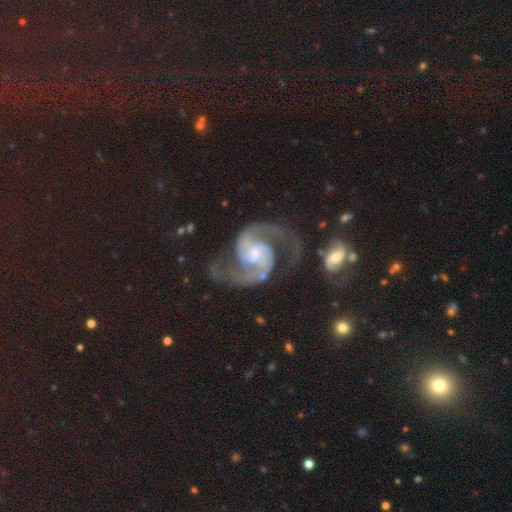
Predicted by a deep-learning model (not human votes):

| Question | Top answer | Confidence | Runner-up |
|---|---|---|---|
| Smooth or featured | featured or disk | 93% | star or artifact (4%) |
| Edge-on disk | no | 98% | yes (2%) |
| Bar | no | 46% | weak (40%) |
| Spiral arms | yes | 98% | no (2%) |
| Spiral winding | medium | 63% | loose (22%) |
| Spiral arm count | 2 | 94% | 3 (2%) |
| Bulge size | small | 65% | moderate (28%) |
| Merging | none | 65% | minor disturbance (15%) |